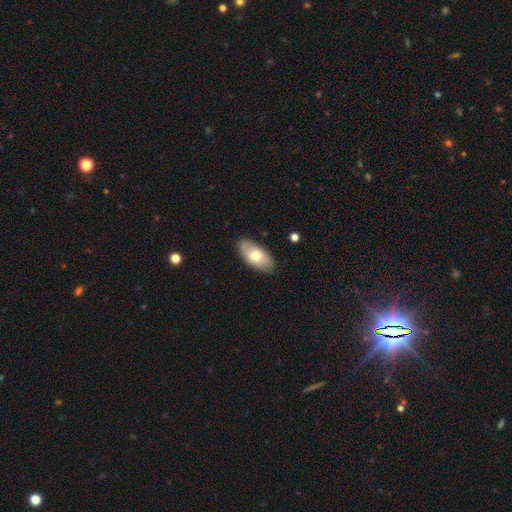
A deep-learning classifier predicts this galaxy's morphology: This is likely a smooth galaxy (68%). How rounded: clearly in between (93%). Merging: clearly none (83%).